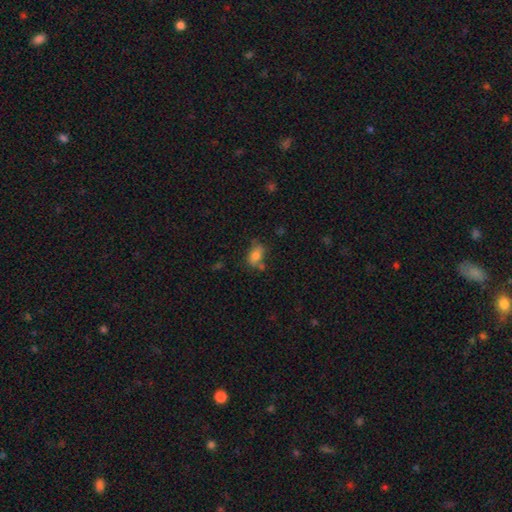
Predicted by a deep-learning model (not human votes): The model was most divided on "merging": none: 54%, minor disturbance: 25%, merger: 13%, major disturbance: 9%. More confident: how rounded — in between (83%); smooth or featured — smooth (76%).